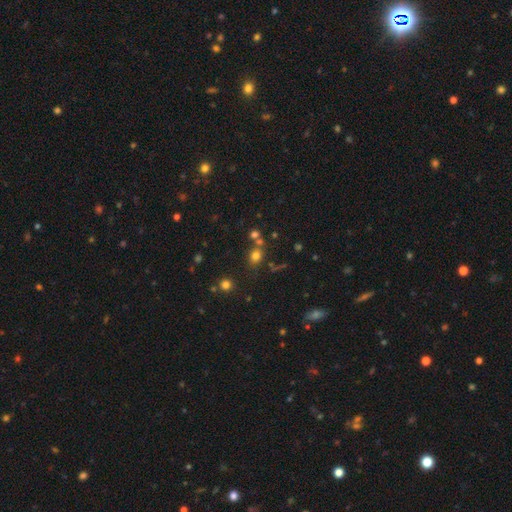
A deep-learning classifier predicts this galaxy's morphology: This appears to be a smooth galaxy with no disk features (71%) that is round (69%). Merging: none (66%).